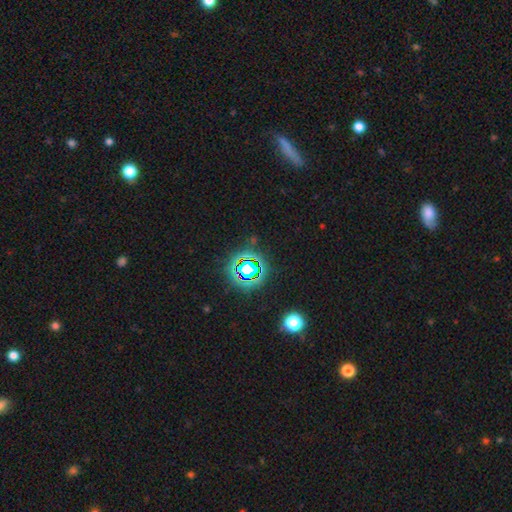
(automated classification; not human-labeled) Q: Smooth or featured?
A: star or artifact (72%); runner-up: smooth (18%)